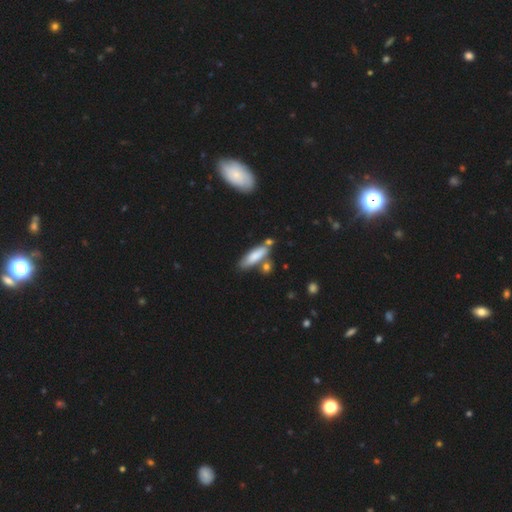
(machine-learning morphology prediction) Smooth or featured? smooth (78%)
How rounded? cigar-shaped (54%)
Merging? none (64%)